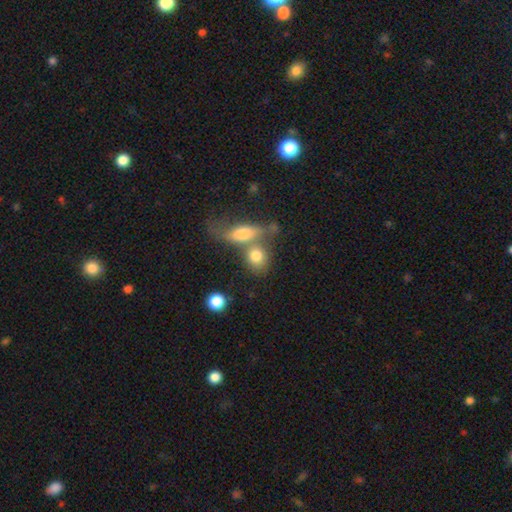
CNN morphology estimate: smooth 78%, featured or disk 14%, star or artifact 8%. Down the decision tree: how rounded — round (51%); merging — merger (47%).